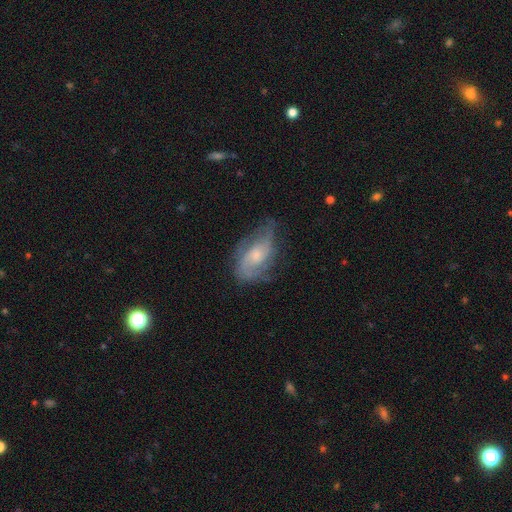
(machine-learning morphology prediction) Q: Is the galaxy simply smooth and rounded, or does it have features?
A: featured or disk — 73%.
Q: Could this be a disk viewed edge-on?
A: no — 95%.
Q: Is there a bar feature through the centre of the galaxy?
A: no — 65%.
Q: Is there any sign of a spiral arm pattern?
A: yes — 89%.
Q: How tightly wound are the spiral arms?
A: medium — 46%.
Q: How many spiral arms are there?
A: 2 — 63%.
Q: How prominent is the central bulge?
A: moderate — 44%.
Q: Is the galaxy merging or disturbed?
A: none — 57%.